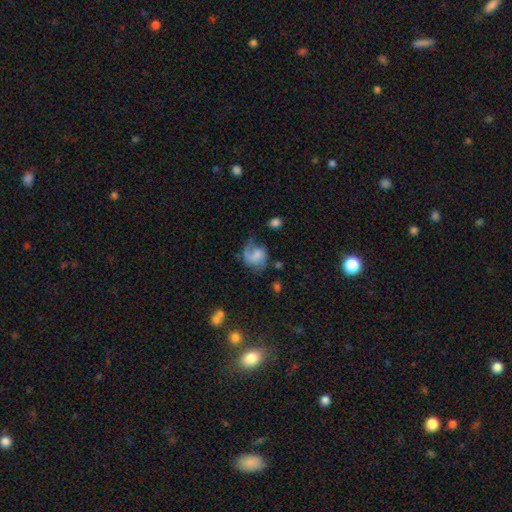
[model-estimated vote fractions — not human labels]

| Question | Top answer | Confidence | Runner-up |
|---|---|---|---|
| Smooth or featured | featured or disk | 57% | smooth (34%) |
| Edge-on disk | no | 98% | yes (2%) |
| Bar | no | 54% | weak (37%) |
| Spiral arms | yes | 88% | no (12%) |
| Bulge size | none | 46% | small (22%) |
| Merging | none | 42% | major disturbance (29%) |